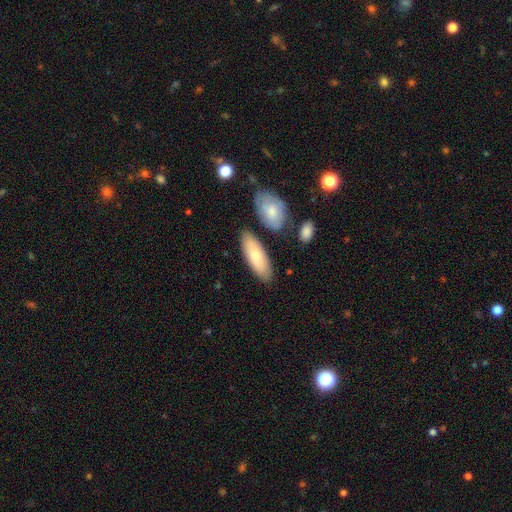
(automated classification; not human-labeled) smooth 74%, featured or disk 20%, star or artifact 5%. Down the decision tree: how rounded — in between (71%); merging — none (78%).